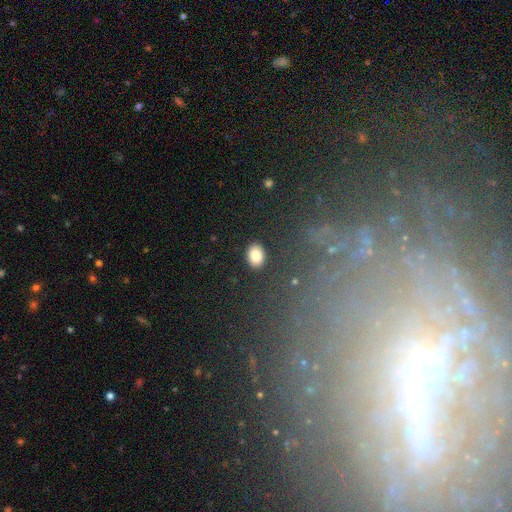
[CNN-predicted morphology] A smooth galaxy with no disk features (85%) that is in between round and cigar-shaped (73%). Merging: none (88%).